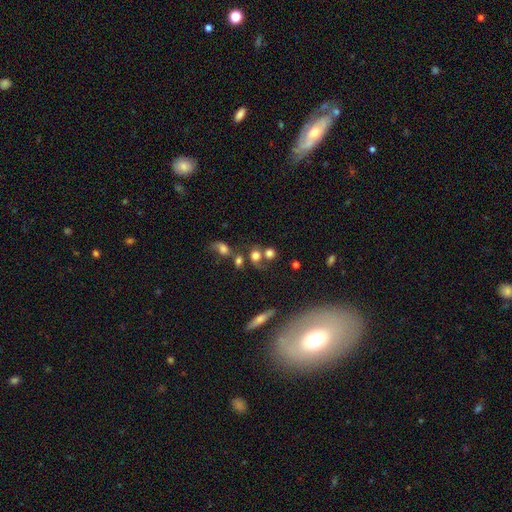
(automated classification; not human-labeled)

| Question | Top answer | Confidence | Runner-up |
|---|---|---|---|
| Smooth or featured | smooth | 69% | star or artifact (16%) |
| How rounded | round | 74% | in between (23%) |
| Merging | none | 42% | merger (36%) |